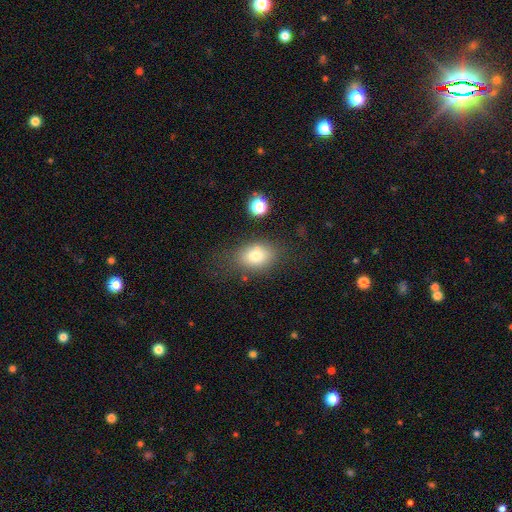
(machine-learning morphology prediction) Q: Smooth or featured?
A: smooth (75%); runner-up: featured or disk (13%)
Q: How rounded?
A: in between (66%); runner-up: round (33%)
Q: Merging?
A: none (65%); runner-up: minor disturbance (19%)